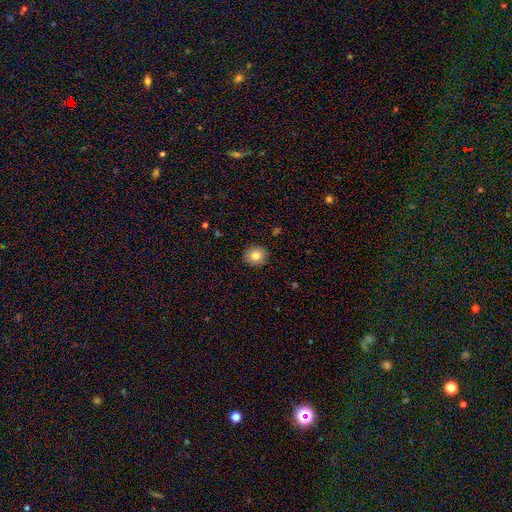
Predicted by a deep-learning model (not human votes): Smooth or featured? smooth (83%)
How rounded? round (86%)
Merging? none (90%)